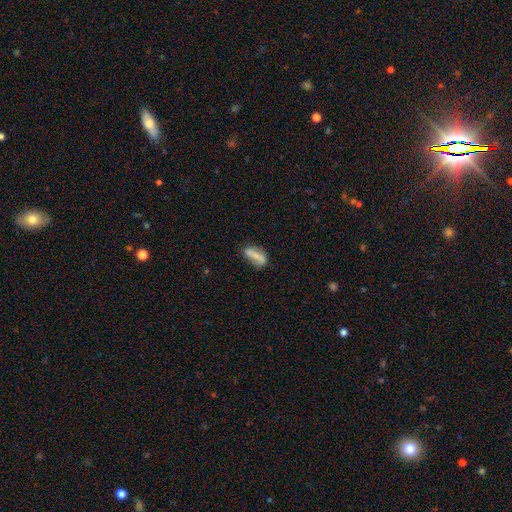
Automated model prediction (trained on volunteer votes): A smooth galaxy with no disk features (58%) that is in between round and cigar-shaped (67%).

Vote fractions:
- Smooth or featured? smooth: 58% / featured or disk: 33% / star or artifact: 9%
- How rounded? in between: 67% / cigar-shaped: 27% / round: 6%
- Merging? none: 60% / minor disturbance: 24% / major disturbance: 10% / merger: 5%